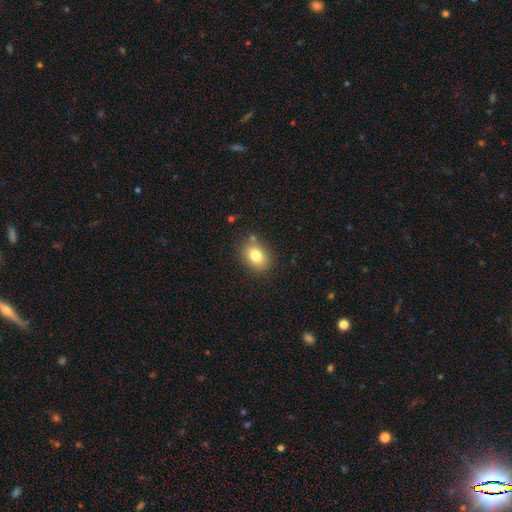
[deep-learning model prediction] Morphology: type=smooth (81%); roundness=in between (69%); merging=none (81%).